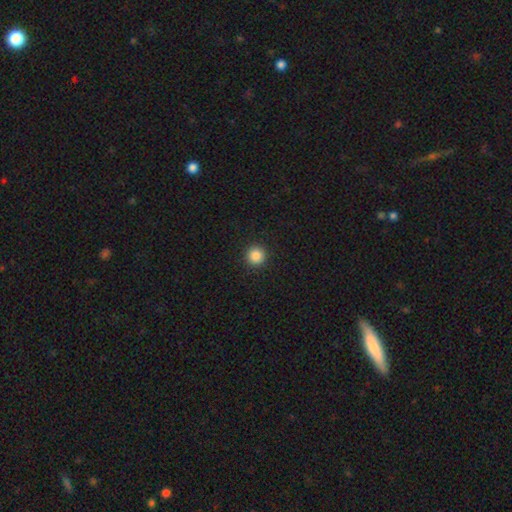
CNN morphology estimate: A smooth galaxy with no disk features (86%) that is round (95%). Merging: none (93%).